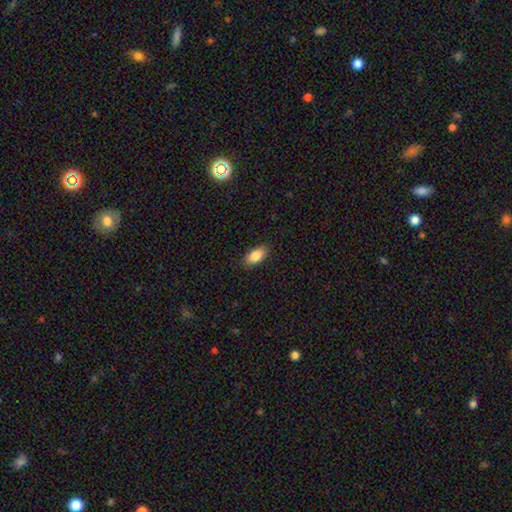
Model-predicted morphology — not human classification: smooth-or-featured: smooth: 85% | featured or disk: 7% | star or artifact: 7%
  how-rounded: in between: 89% | cigar-shaped: 7% | round: 4%
  merging: none: 88% | minor disturbance: 9% | major disturbance: 2% | merger: 1%